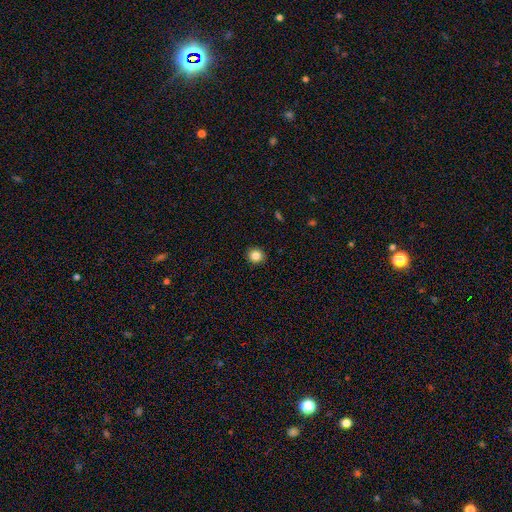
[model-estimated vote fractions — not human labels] Morphology: type=smooth (84%); roundness=round (90%); merging=none (92%).